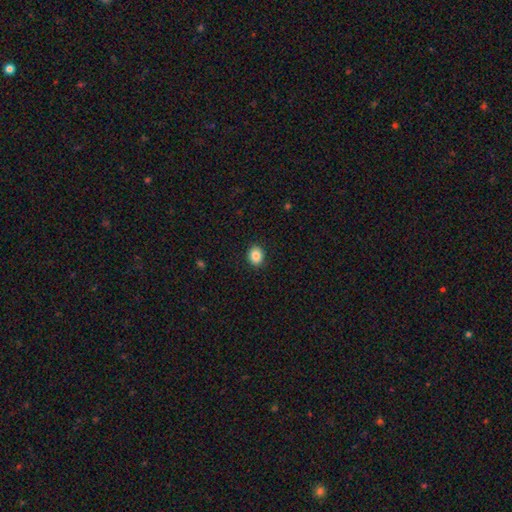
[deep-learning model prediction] Morphology: type=smooth (86%); roundness=round (54%); merging=none (91%).